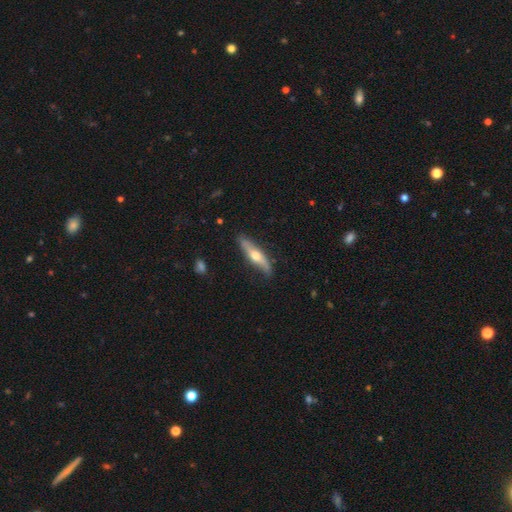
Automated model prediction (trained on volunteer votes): This is possibly a featured or disk galaxy (55%). It is clearly viewed edge-on (86%). Merging: clearly none (83%).